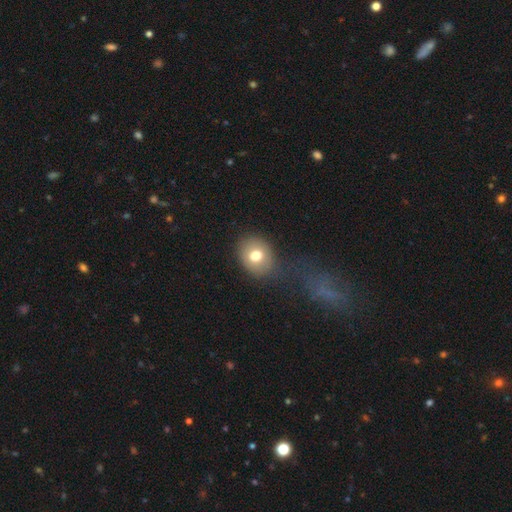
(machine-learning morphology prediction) This is likely a smooth galaxy (74%). How rounded: possibly round (57%). Merging: likely none (69%).